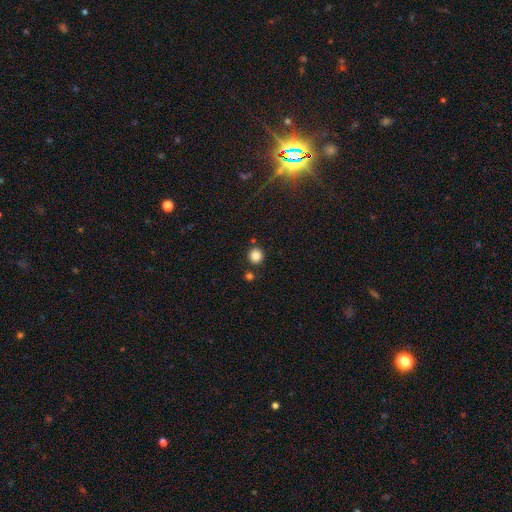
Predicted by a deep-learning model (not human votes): This is clearly a smooth galaxy (84%). How rounded: clearly round (92%). Merging: clearly none (83%).